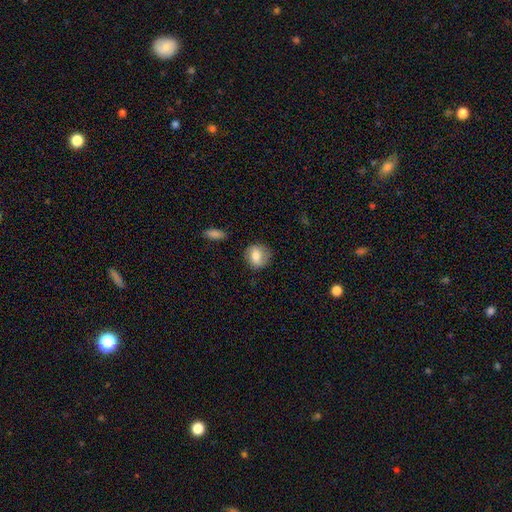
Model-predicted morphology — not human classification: The model was most divided on "how rounded": round: 76%, in between: 22%, cigar-shaped: 1%. More confident: merging — none (79%); smooth or featured — smooth (76%).